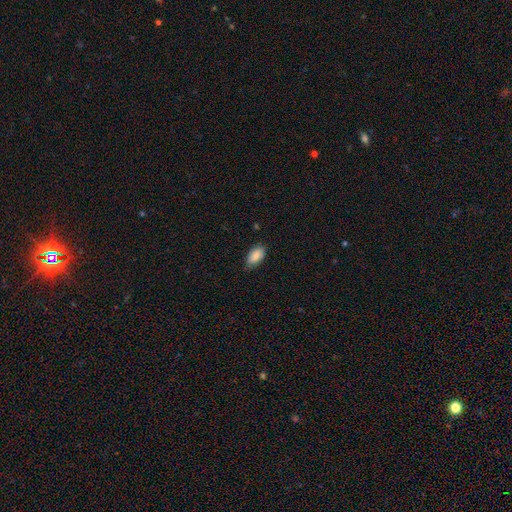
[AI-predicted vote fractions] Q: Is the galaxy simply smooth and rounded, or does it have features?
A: smooth — 84%.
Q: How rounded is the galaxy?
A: in between — 94%.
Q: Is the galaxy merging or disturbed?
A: none — 78%.